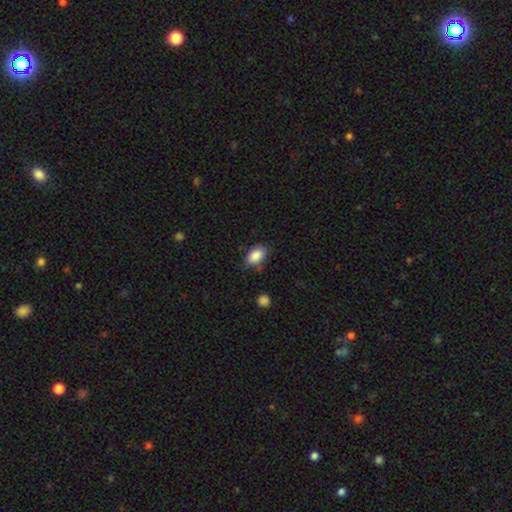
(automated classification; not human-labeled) Overall: smooth (87%). How rounded: in between (89%). Merging: none (76%).